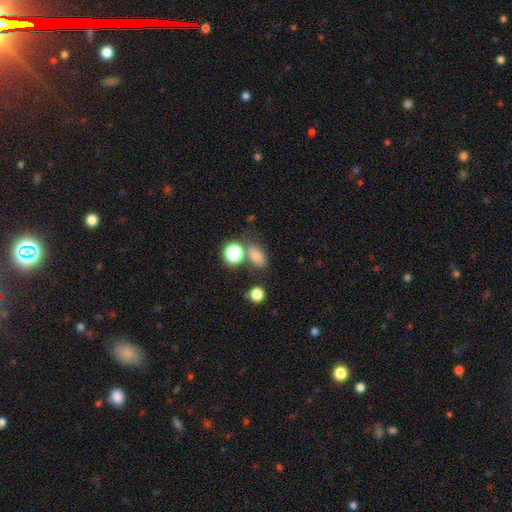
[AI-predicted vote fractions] Overall: smooth (73%). How rounded: in between (73%). Merging: none (64%).